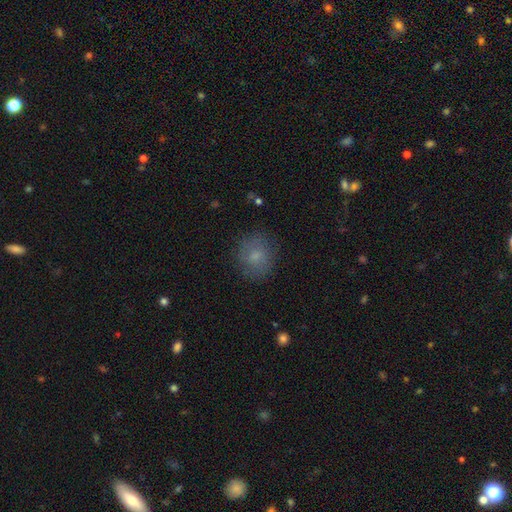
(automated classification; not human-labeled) Smooth or featured: smooth — 72% (featured or disk — 17%)
How rounded: round — 82% (in between — 16%)
Merging: none — 82% (minor disturbance — 13%)